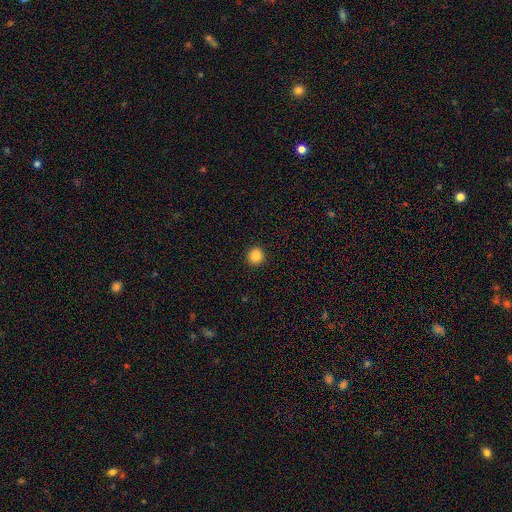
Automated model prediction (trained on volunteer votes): This appears to be a smooth galaxy with no disk features (87%) that is round (91%). Merging: none (93%).